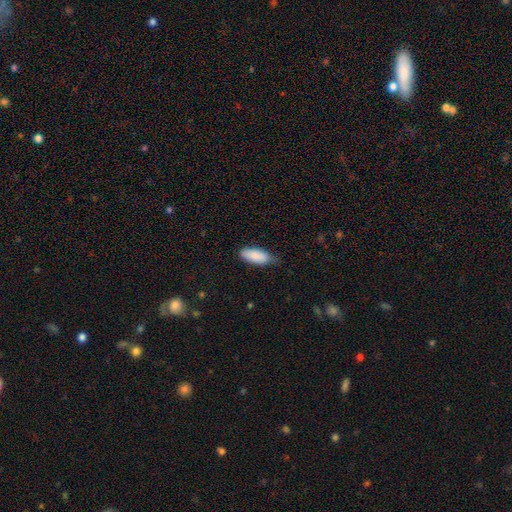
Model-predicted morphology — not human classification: A smooth galaxy with no disk features (88%) that is in between round and cigar-shaped (82%). Merging: none (64%).